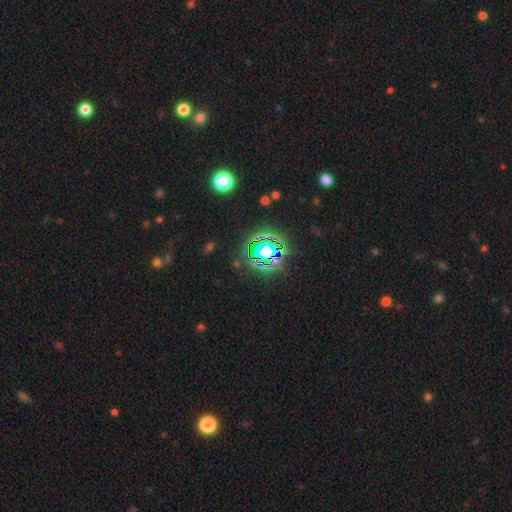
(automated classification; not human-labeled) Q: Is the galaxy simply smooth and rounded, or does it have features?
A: star or artifact — 80%.